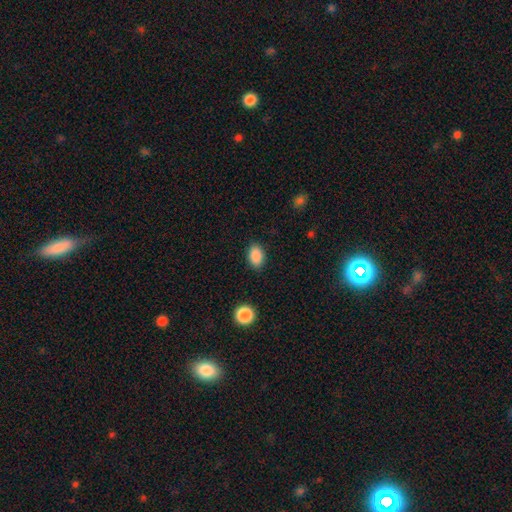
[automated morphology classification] This appears to be a smooth galaxy with no disk features (88%) that is in between round and cigar-shaped (83%). Merging: none (87%).